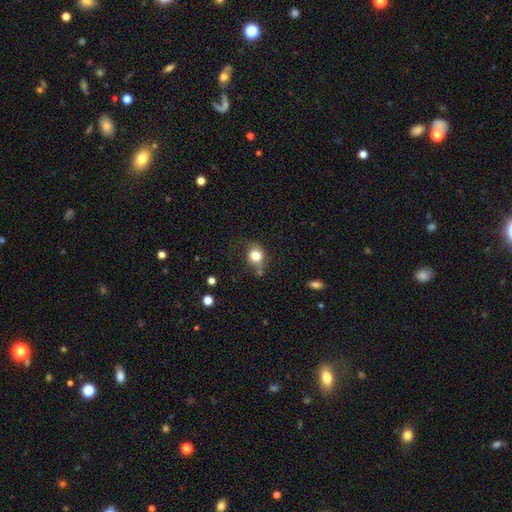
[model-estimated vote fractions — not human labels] Smooth or featured?
  - smooth: 80% *
  - star or artifact: 11%
  - featured or disk: 10%
How rounded?
  - round: 64% *
  - in between: 35%
  - cigar-shaped: 1%
Merging?
  - none: 58% *
  - minor disturbance: 26%
  - major disturbance: 9%
  - merger: 7%